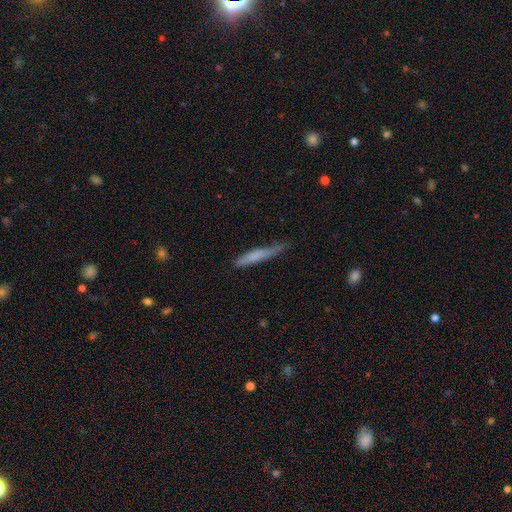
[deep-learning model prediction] Q: Smooth or featured?
A: smooth (70%); runner-up: featured or disk (24%)
Q: How rounded?
A: cigar-shaped (93%); runner-up: in between (6%)
Q: Merging?
A: none (55%); runner-up: minor disturbance (33%)